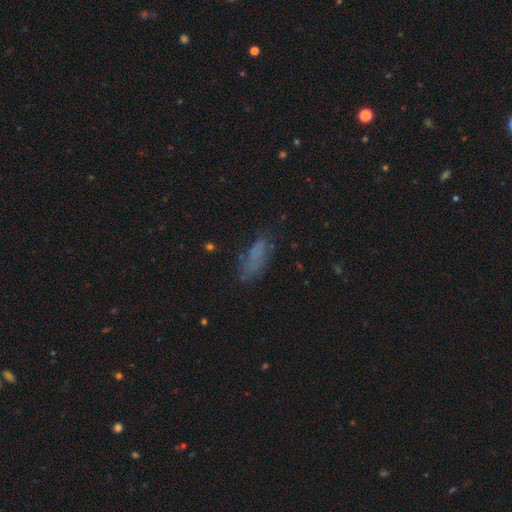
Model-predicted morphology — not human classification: Smooth or featured?
  - smooth: 62% *
  - featured or disk: 22%
  - star or artifact: 16%
How rounded?
  - in between: 72% *
  - cigar-shaped: 25%
  - round: 3%
Merging?
  - none: 55% *
  - minor disturbance: 24%
  - major disturbance: 17%
  - merger: 3%